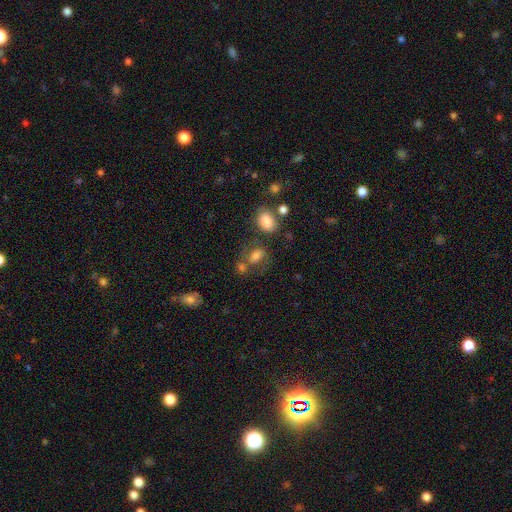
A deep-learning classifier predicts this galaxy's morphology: This appears to be a smooth galaxy with no disk features (64%) that is in between round and cigar-shaped (77%). Merging: none (46%).